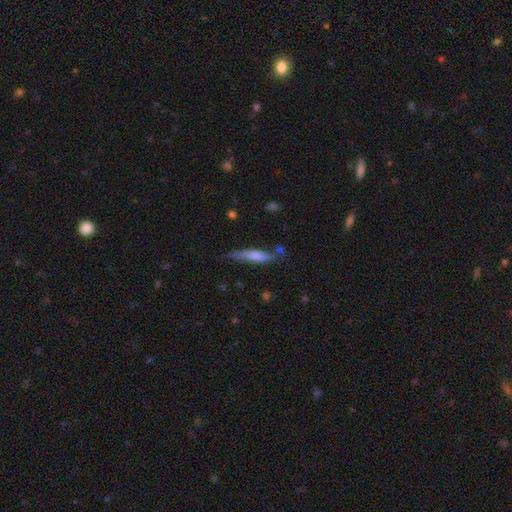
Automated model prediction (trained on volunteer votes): Morphology: type=smooth (66%); roundness=cigar-shaped (79%); merging=none (60%).